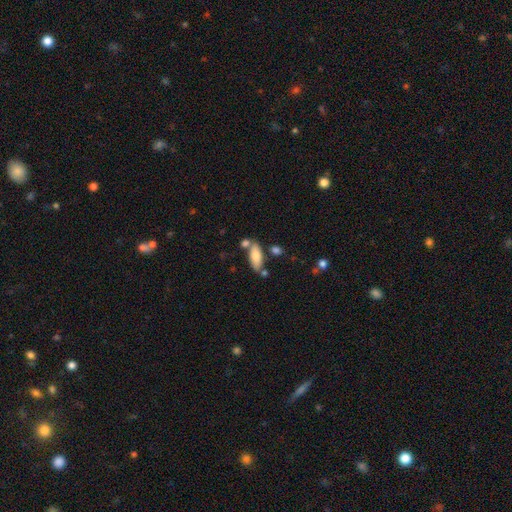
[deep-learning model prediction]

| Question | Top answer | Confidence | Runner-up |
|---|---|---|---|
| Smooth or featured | smooth | 78% | featured or disk (16%) |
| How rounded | in between | 75% | cigar-shaped (23%) |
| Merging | none | 66% | merger (16%) |